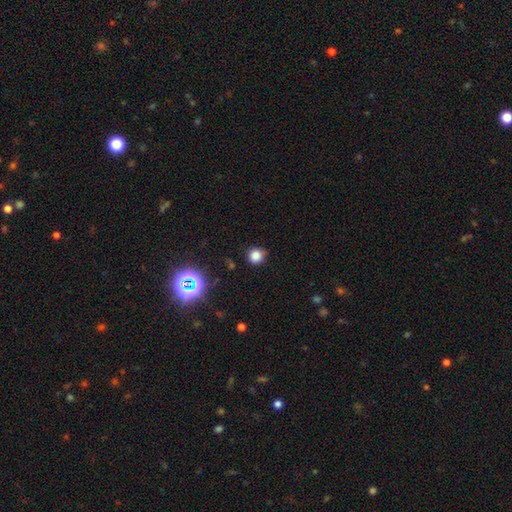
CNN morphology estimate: Smooth or featured? smooth (78%)
How rounded? round (90%)
Merging? none (83%)